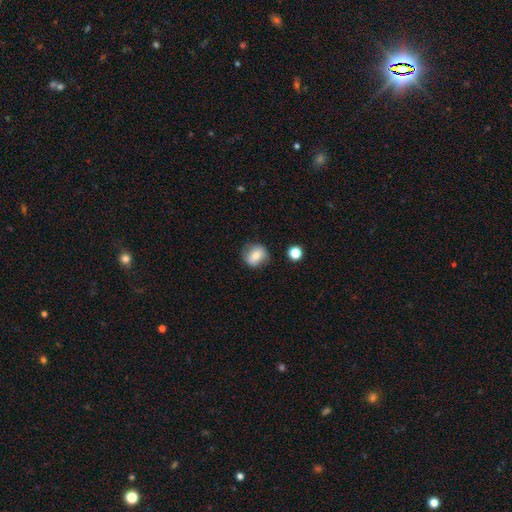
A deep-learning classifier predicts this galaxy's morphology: Smooth or featured? smooth (73%)
How rounded? round (75%)
Merging? none (78%)